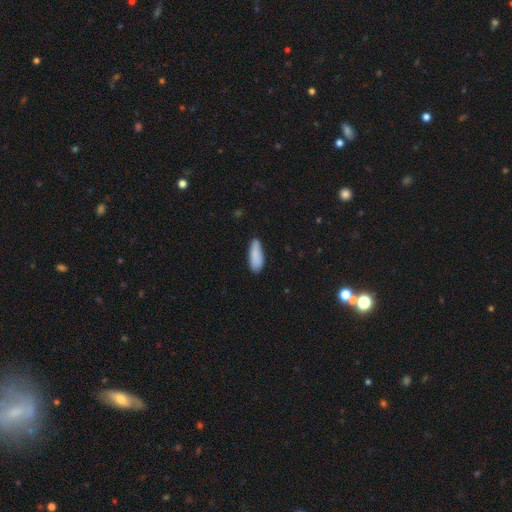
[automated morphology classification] Smooth or featured? Predicted: smooth (p=0.88). How rounded? Predicted: in between (p=0.66). Merging? Predicted: none (p=0.75).